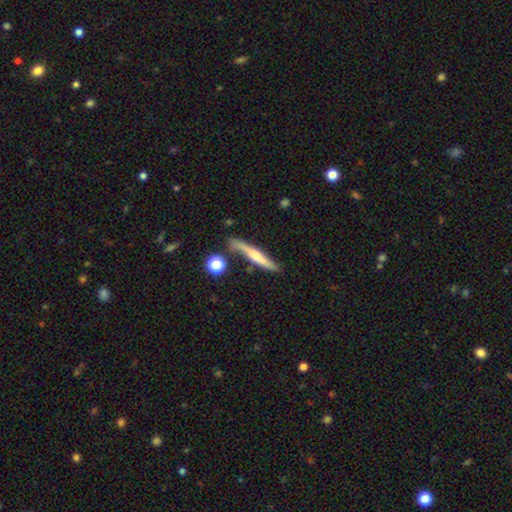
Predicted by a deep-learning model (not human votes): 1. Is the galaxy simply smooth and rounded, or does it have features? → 53% featured or disk, 41% smooth, 6% star or artifact.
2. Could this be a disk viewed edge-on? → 87% yes, 13% no.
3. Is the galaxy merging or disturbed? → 68% none, 19% minor disturbance, 7% merger, 6% major disturbance.